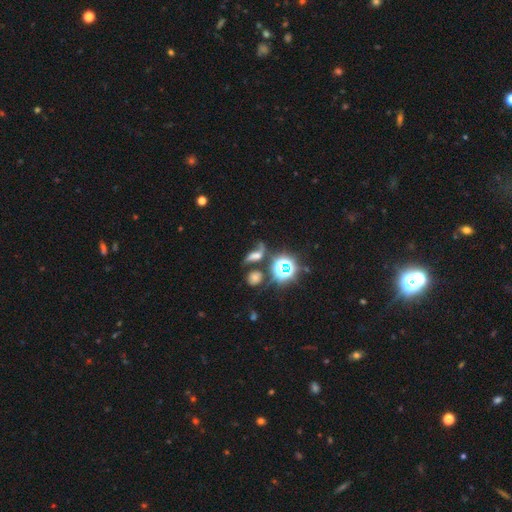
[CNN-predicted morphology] The model was most divided on "smooth or featured": featured or disk: 38%, star or artifact: 33%, smooth: 29%. Remaining: merging — none (46%).